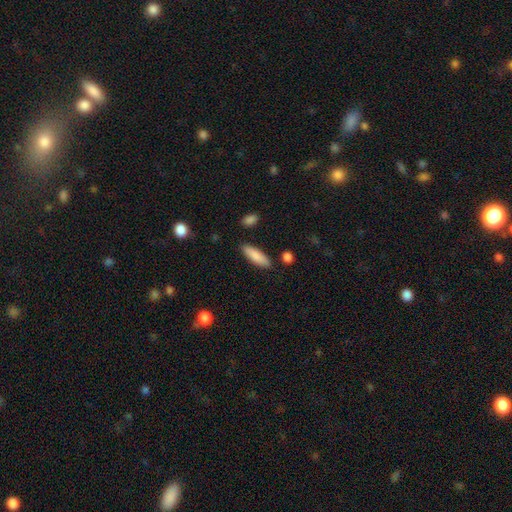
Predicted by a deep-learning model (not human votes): Smooth or featured? Predicted: smooth (p=0.85). How rounded? Predicted: cigar-shaped (p=0.53). Merging? Predicted: none (p=0.87).